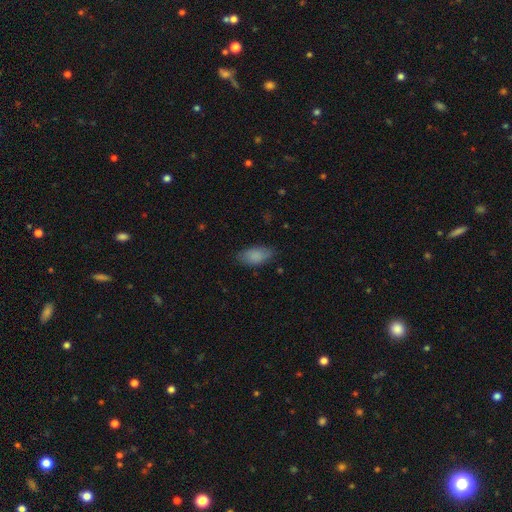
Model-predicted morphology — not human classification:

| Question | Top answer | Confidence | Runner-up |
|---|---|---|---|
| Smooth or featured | smooth | 87% | star or artifact (7%) |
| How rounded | in between | 92% | cigar-shaped (6%) |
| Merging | none | 80% | minor disturbance (16%) |